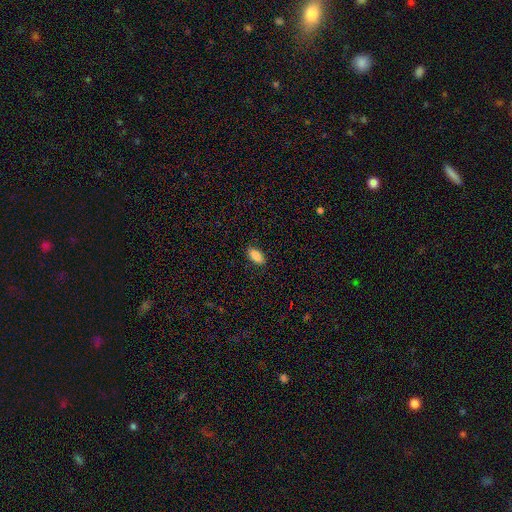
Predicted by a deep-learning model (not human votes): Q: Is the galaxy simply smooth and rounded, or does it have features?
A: smooth — 87%.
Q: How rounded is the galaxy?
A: in between — 91%.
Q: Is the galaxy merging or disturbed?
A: none — 88%.